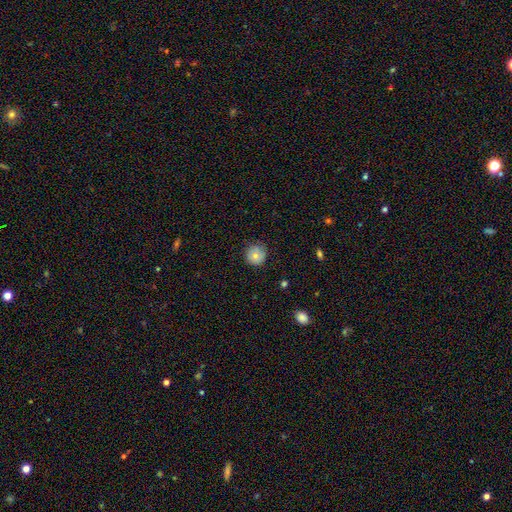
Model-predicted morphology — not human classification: Overall: smooth (74%). How rounded: round (93%). Merging: none (80%).